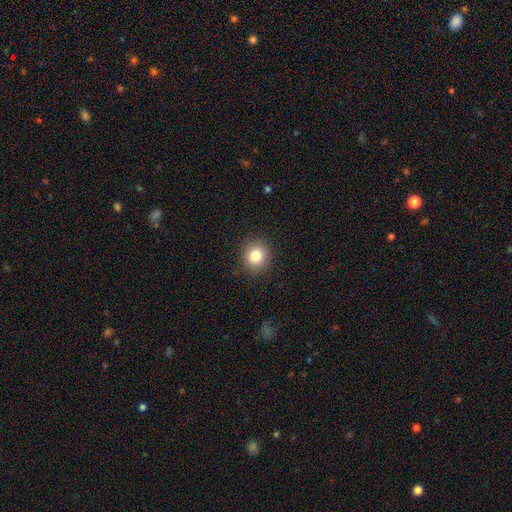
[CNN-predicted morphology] Q: Smooth or featured?
A: smooth (82%); runner-up: star or artifact (11%)
Q: How rounded?
A: round (84%); runner-up: in between (15%)
Q: Merging?
A: none (89%); runner-up: minor disturbance (7%)